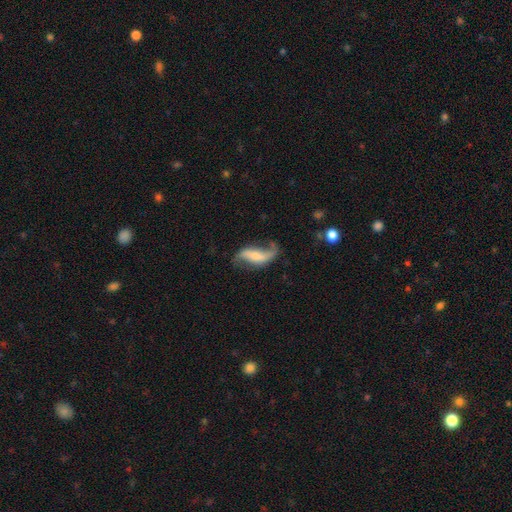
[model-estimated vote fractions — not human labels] featured or disk 72%, smooth 22%, star or artifact 7%. Down the decision tree: edge-on disk — no (91%); bar — no (38%); spiral arms — yes (91%); spiral arm count — 2 (78%); spiral winding — loose (86%); bulge size — small (44%); merging — none (52%).